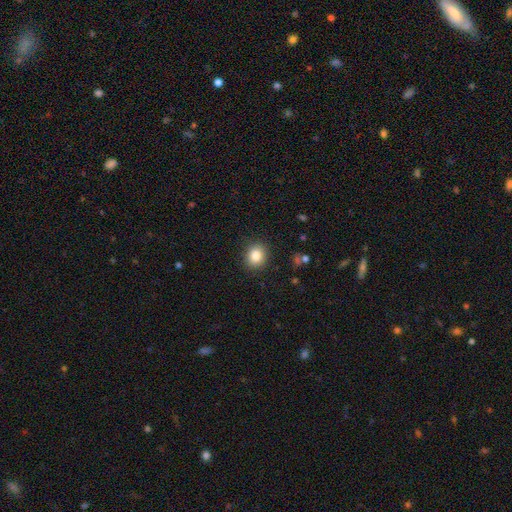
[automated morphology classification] Smooth or featured? Predicted: smooth (p=0.84). How rounded? Predicted: round (p=0.72). Merging? Predicted: none (p=0.89).